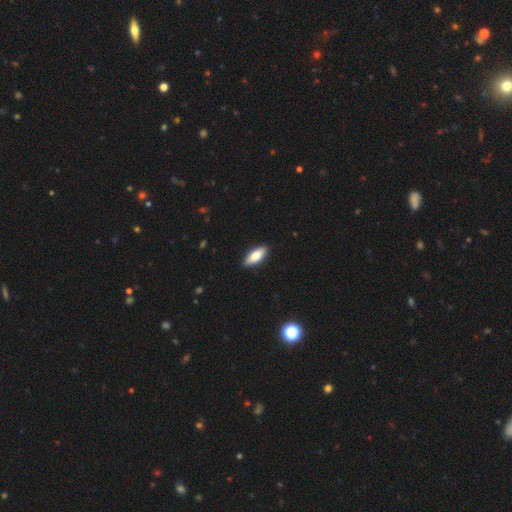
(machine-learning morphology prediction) A smooth galaxy with no disk features (78%) that is in between round and cigar-shaped (78%). Merging: none (89%).